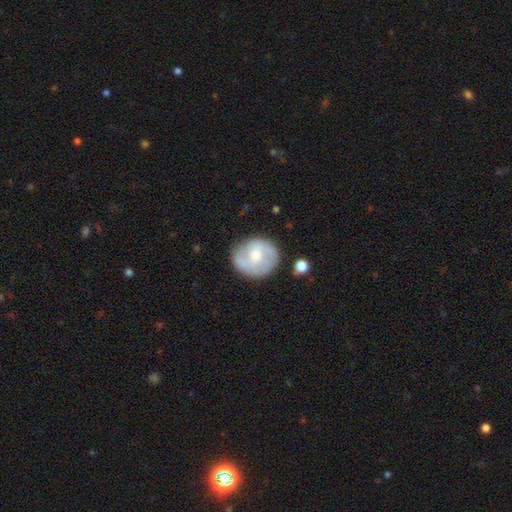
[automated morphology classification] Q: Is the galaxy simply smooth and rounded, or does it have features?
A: featured or disk — 50%.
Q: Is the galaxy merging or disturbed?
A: none — 71%.